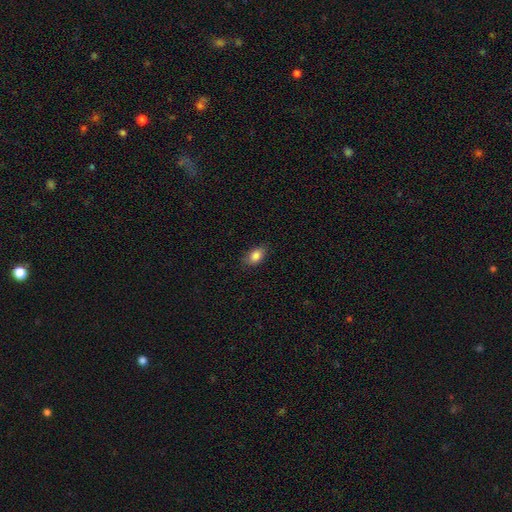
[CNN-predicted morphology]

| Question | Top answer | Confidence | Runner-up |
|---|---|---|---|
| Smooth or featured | smooth | 85% | star or artifact (8%) |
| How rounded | in between | 87% | round (11%) |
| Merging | none | 82% | minor disturbance (14%) |